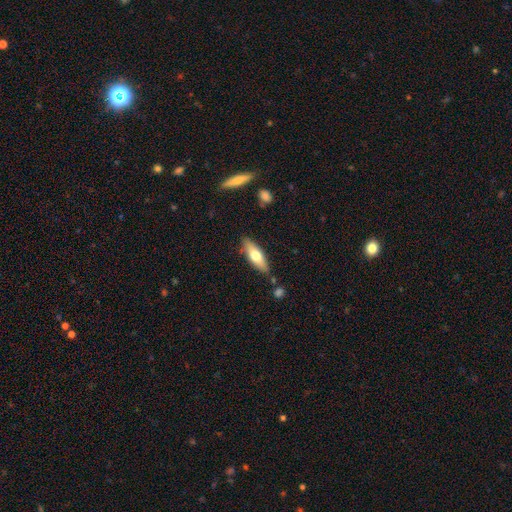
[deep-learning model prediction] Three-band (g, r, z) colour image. It shows a smooth galaxy with no disk features (62%) that is in between round and cigar-shaped (55%). Merging: none (82%).